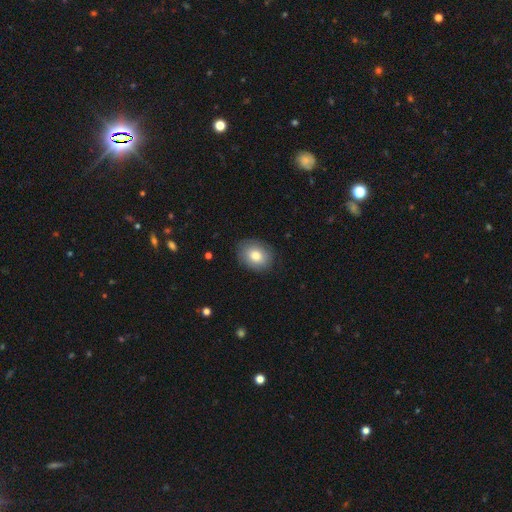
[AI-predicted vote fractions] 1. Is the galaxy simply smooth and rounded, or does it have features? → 80% smooth, 12% featured or disk, 8% star or artifact.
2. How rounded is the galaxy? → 58% in between, 41% round, 1% cigar-shaped.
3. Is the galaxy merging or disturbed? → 85% none, 11% minor disturbance, 3% major disturbance, 1% merger.